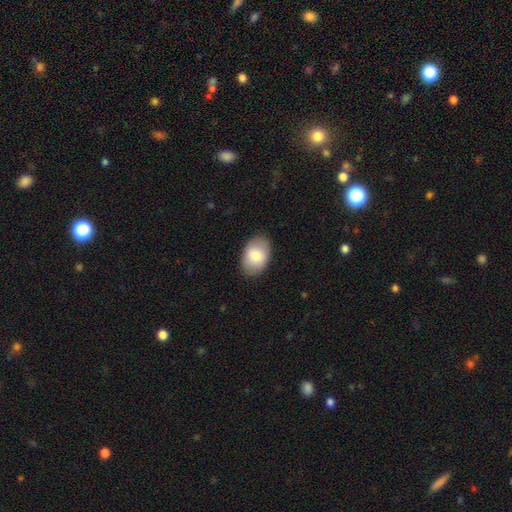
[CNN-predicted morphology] The model was most divided on "smooth or featured": smooth: 79%, featured or disk: 15%, star or artifact: 6%. More confident: merging — none (87%); how rounded — in between (86%).